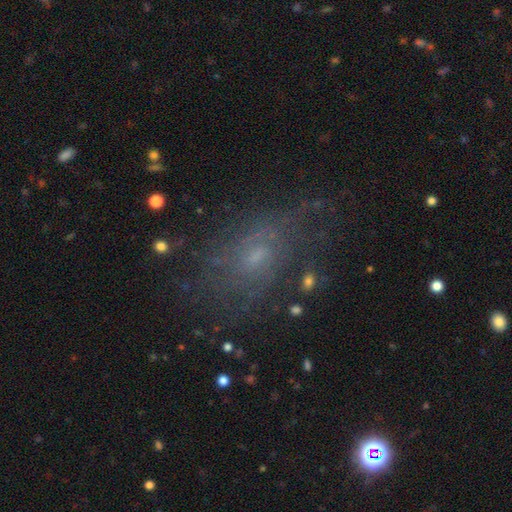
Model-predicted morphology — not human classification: type=featured or disk (49%); merging=none (65%).